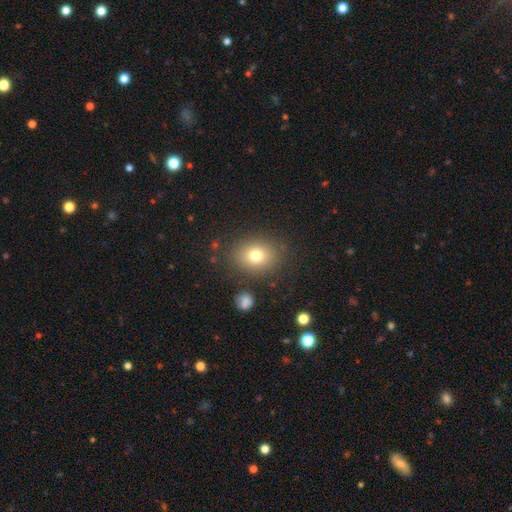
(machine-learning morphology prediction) smooth-or-featured: smooth: 75% | star or artifact: 13% | featured or disk: 12%
  how-rounded: round: 54% | in between: 45% | cigar-shaped: 1%
  merging: none: 83% | minor disturbance: 10% | major disturbance: 4% | merger: 3%